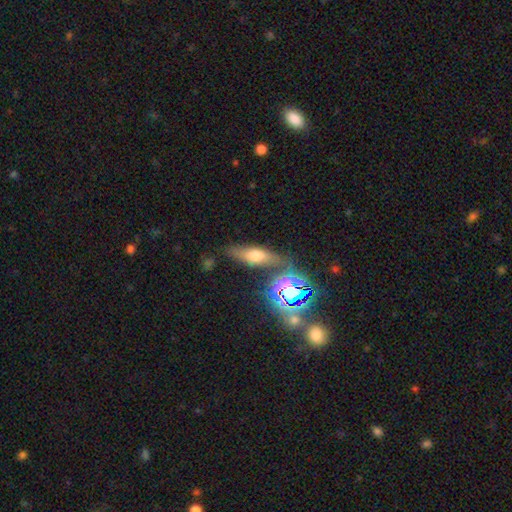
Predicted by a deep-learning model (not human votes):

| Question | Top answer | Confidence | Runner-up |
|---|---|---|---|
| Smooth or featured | smooth | 48% | featured or disk (31%) |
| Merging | none | 72% | minor disturbance (15%) |